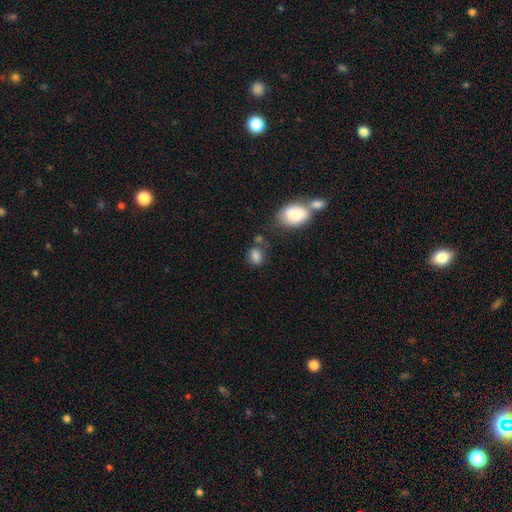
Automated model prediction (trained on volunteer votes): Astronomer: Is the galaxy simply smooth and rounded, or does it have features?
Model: smooth — 84%.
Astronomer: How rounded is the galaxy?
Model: in between — 55% (runner-up: round, 44%).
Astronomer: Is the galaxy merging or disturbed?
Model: none — 60%.